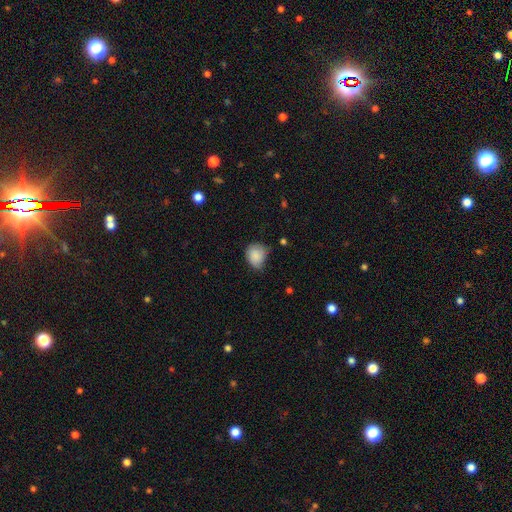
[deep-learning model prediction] A smooth galaxy with no disk features (83%) that is round (61%).

Vote fractions:
- Smooth or featured? smooth: 83% / featured or disk: 9% / star or artifact: 8%
- How rounded? round: 61% / in between: 38% / cigar-shaped: 1%
- Merging? none: 47% / minor disturbance: 42% / major disturbance: 9% / merger: 2%